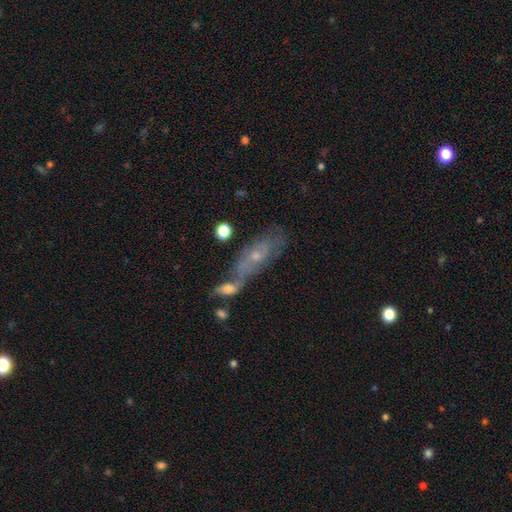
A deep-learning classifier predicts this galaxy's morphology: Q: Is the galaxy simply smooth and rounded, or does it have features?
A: featured or disk — 58%.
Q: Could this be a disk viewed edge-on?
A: no — 81%.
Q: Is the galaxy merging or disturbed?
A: merger — 38%.